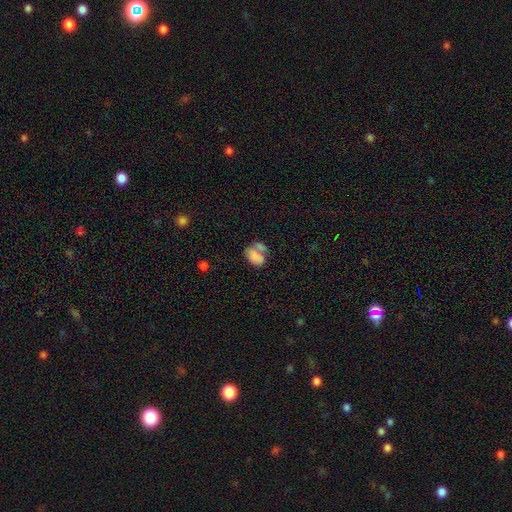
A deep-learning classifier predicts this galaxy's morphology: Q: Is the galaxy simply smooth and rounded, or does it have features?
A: smooth — 75%.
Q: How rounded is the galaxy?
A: in between — 82%.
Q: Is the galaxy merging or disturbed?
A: merger — 42%.